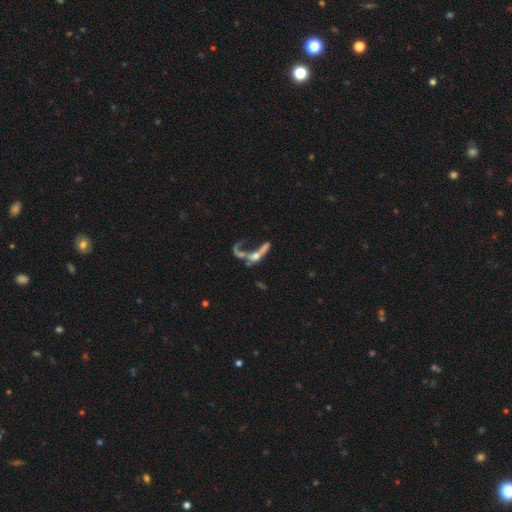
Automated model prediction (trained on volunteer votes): Smooth or featured? Predicted: featured or disk (p=0.62). Edge-on disk? Predicted: no (p=0.70). Merging? Predicted: merger (p=0.37).